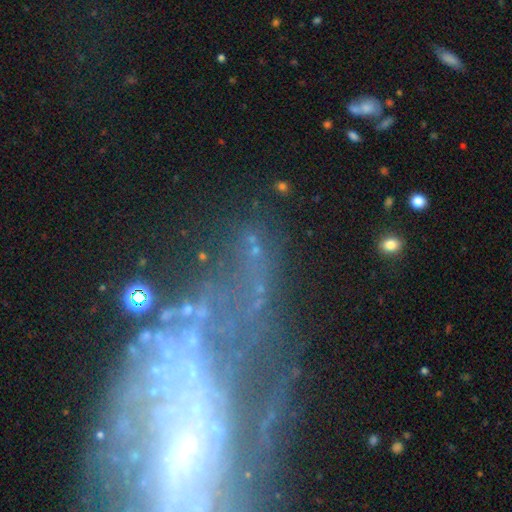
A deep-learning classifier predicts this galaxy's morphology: A featured or disk galaxy (53%).

Vote fractions:
- Smooth or featured? featured or disk: 53% / star or artifact: 30% / smooth: 16%
- Edge-on disk? no: 92% / yes: 8%
- Merging? none: 43% / major disturbance: 31% / minor disturbance: 16% / merger: 10%